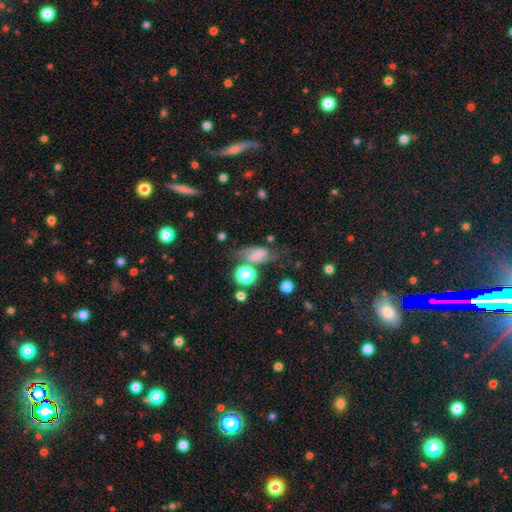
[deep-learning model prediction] This appears to be a smooth galaxy with no disk features (46%). Merging: none (52%).